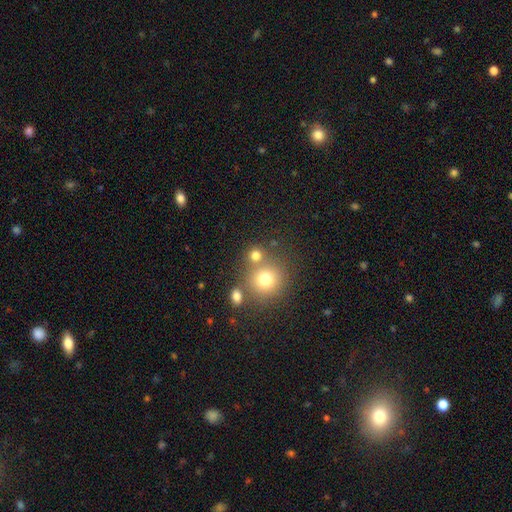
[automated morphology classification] This appears to be a smooth galaxy with no disk features (75%) that is round (87%). Merging: none (63%).